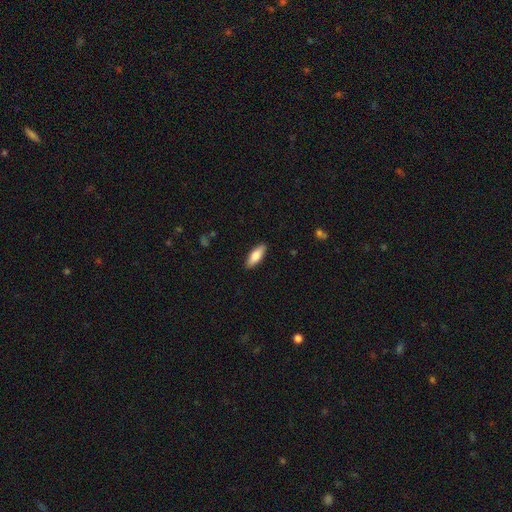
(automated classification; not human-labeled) The model was most divided on "how rounded": in between: 64%, cigar-shaped: 34%, round: 2%. More confident: merging — none (89%); smooth or featured — smooth (80%).